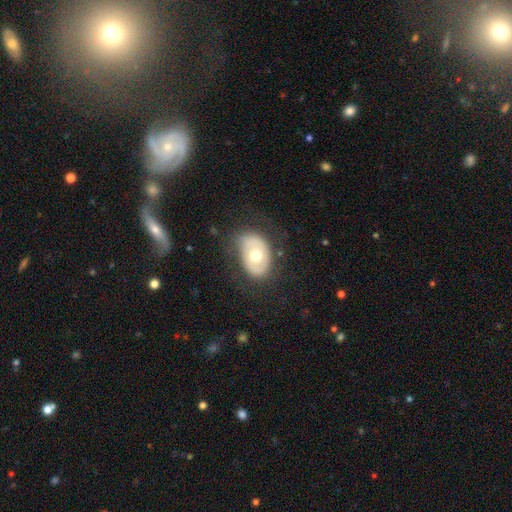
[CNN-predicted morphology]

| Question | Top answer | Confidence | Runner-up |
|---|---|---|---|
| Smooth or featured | smooth | 48% | featured or disk (45%) |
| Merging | none | 68% | minor disturbance (21%) |